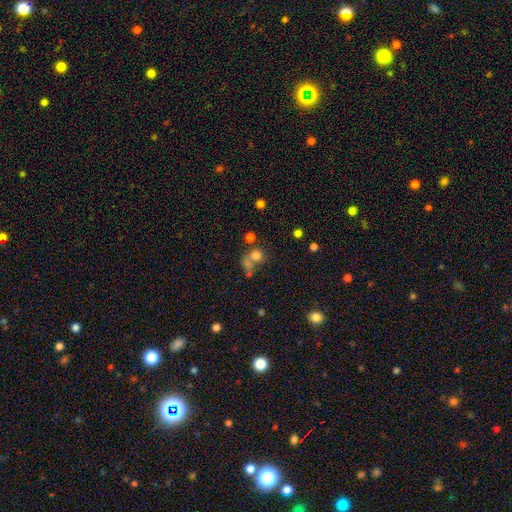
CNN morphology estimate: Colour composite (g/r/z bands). It shows a smooth galaxy with no disk features (71%) that is round (80%). Merging: none (42%).